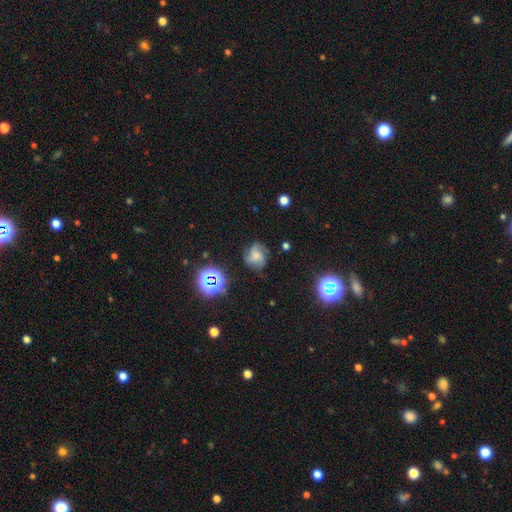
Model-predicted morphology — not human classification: Q: Smooth or featured?
A: featured or disk (63%); runner-up: smooth (22%)
Q: Edge-on disk?
A: no (98%); runner-up: yes (2%)
Q: Bar?
A: no (68%); runner-up: weak (27%)
Q: Spiral arms?
A: yes (94%); runner-up: no (6%)
Q: Spiral winding?
A: medium (49%); runner-up: tight (27%)
Q: Spiral arm count?
A: 3 (58%); runner-up: 2 (12%)
Q: Bulge size?
A: small (36%); tied with: moderate (36%)
Q: Merging?
A: none (70%); runner-up: minor disturbance (19%)